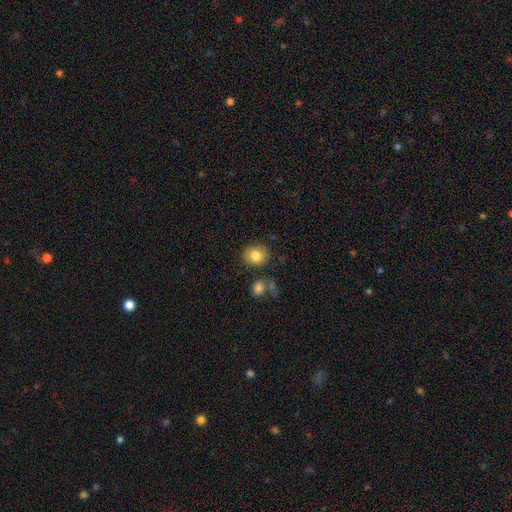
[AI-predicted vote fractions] smooth-or-featured: smooth: 82% | featured or disk: 10% | star or artifact: 9%
  how-rounded: round: 70% | in between: 30% | cigar-shaped: 1%
  merging: none: 81% | minor disturbance: 10% | merger: 5% | major disturbance: 3%